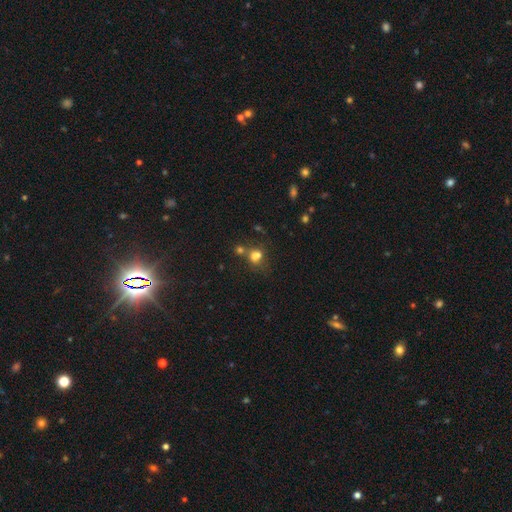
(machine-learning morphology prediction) type=smooth (69%); roundness=round (57%); merging=merger (44%).